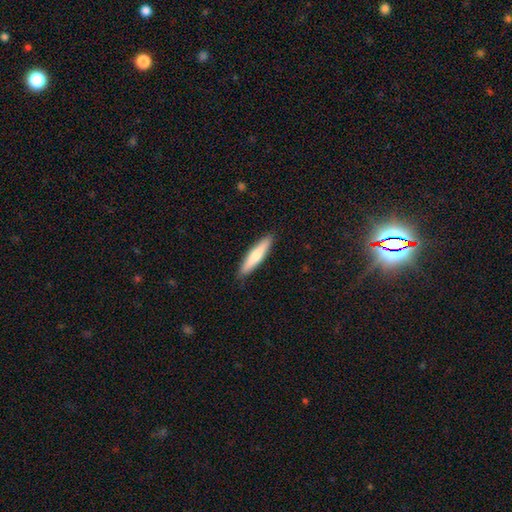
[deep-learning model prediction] A smooth galaxy with no disk features (67%) that is cigar-shaped (85%).

Vote fractions:
- Smooth or featured? smooth: 67% / featured or disk: 28% / star or artifact: 5%
- How rounded? cigar-shaped: 85% / in between: 14% / round: 1%
- Merging? none: 90% / minor disturbance: 8% / major disturbance: 1% / merger: 1%